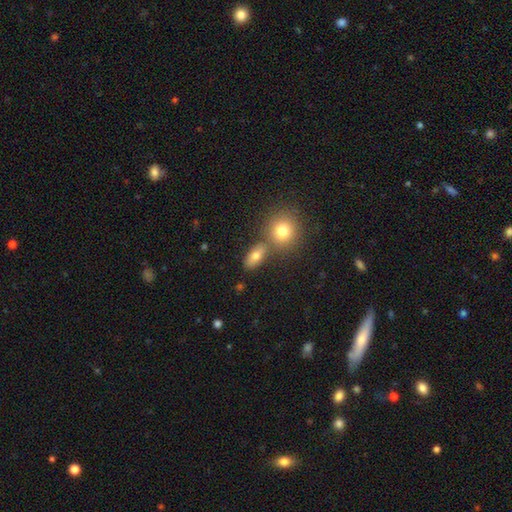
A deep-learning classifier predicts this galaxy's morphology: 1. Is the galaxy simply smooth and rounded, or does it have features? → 75% smooth, 13% featured or disk, 12% star or artifact.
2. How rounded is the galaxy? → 74% in between, 19% round, 8% cigar-shaped.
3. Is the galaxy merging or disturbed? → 66% none, 19% merger, 11% minor disturbance, 4% major disturbance.